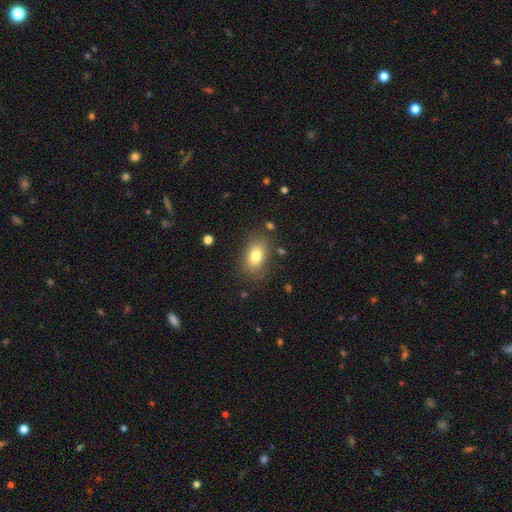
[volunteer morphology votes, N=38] smooth-or-featured: smooth: 89% | star or artifact: 8% | featured or disk: 3%
  how-rounded: in between: 71% | round: 29% | cigar-shaped: 0%
  merging: none: 83% | minor disturbance: 11% | major disturbance: 6% | merger: 0%